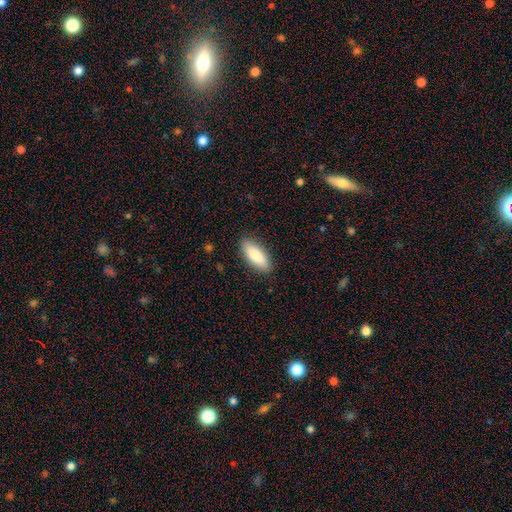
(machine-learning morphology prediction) smooth-or-featured: smooth: 85% | featured or disk: 10% | star or artifact: 6%
  how-rounded: in between: 70% | cigar-shaped: 29% | round: 2%
  merging: none: 88% | minor disturbance: 9% | major disturbance: 2% | merger: 1%